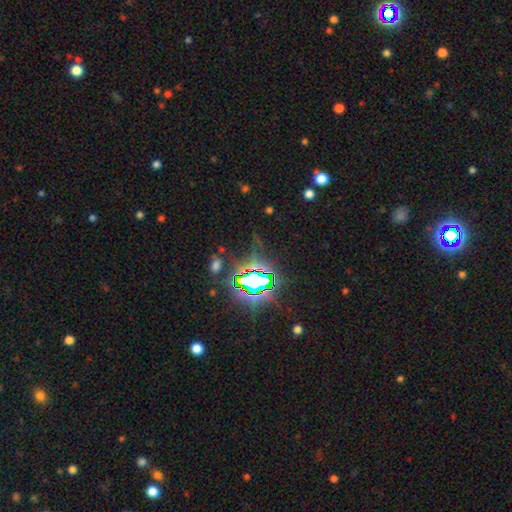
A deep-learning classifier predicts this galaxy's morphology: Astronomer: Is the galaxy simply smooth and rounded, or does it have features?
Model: star or artifact — 84%.